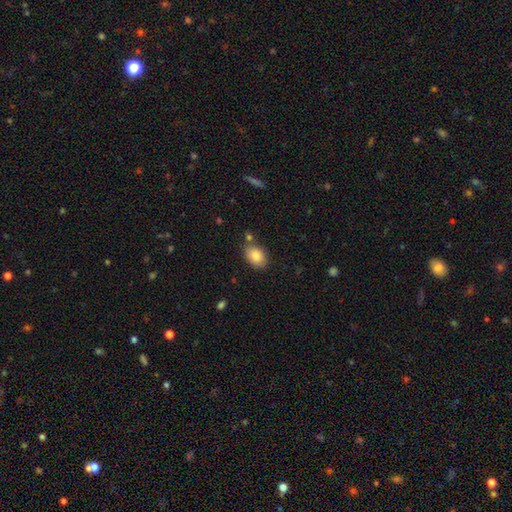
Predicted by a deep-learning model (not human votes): smooth-or-featured: smooth: 85% | star or artifact: 8% | featured or disk: 8%
  how-rounded: in between: 84% | round: 15% | cigar-shaped: 1%
  merging: none: 76% | minor disturbance: 14% | merger: 7% | major disturbance: 3%